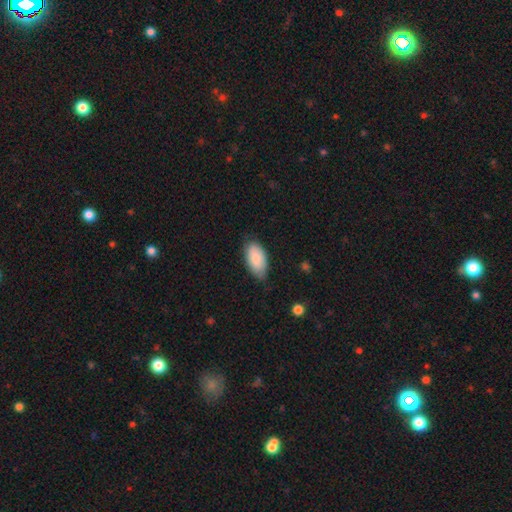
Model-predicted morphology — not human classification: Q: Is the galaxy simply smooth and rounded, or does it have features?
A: smooth — 85%.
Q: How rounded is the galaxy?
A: in between — 94%.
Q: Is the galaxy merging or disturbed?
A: none — 71%.